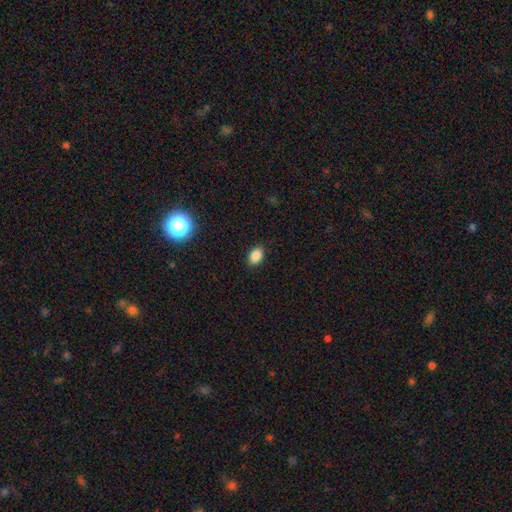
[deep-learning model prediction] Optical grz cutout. It shows a smooth galaxy with no disk features (86%) that is in between round and cigar-shaped (83%). Merging: none (88%).